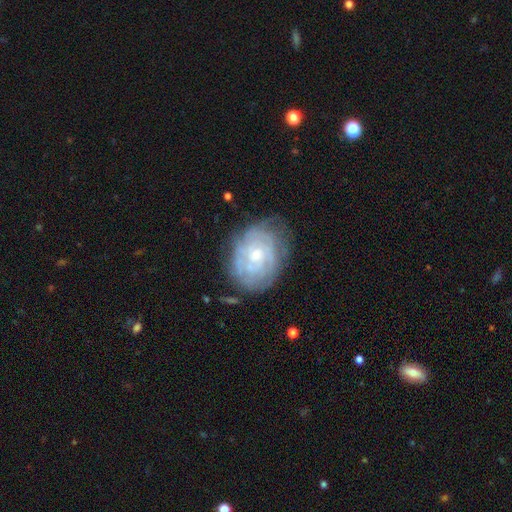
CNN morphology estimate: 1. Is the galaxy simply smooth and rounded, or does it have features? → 75% featured or disk, 18% smooth, 7% star or artifact.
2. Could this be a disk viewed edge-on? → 97% no, 3% yes.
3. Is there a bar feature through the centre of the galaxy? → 77% no, 20% weak, 3% strong.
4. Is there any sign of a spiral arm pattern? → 81% yes, 19% no.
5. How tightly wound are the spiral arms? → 74% tight, 20% medium, 6% loose.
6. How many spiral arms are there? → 59% can't tell, 12% 2, 10% 3, 9% 4, 5% more than 4, 4% 1.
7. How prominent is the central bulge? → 60% small, 35% moderate, 2% none, 2% large, 1% dominant.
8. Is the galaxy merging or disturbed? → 67% none, 22% minor disturbance, 9% major disturbance, 2% merger.